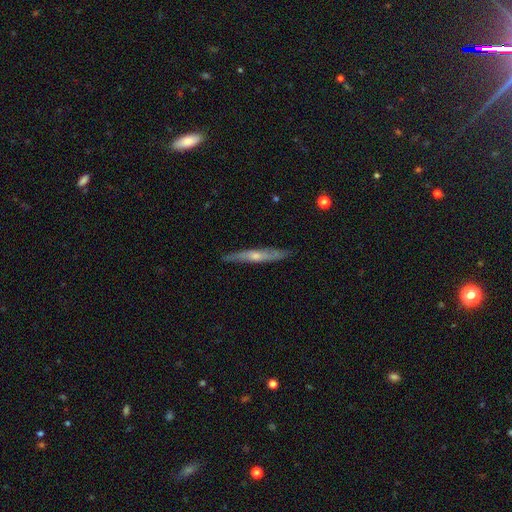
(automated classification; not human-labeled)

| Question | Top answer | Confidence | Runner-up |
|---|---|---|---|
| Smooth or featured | featured or disk | 63% | smooth (30%) |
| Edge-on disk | yes | 90% | no (10%) |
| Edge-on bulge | rounded | 66% | none (30%) |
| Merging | none | 86% | minor disturbance (11%) |